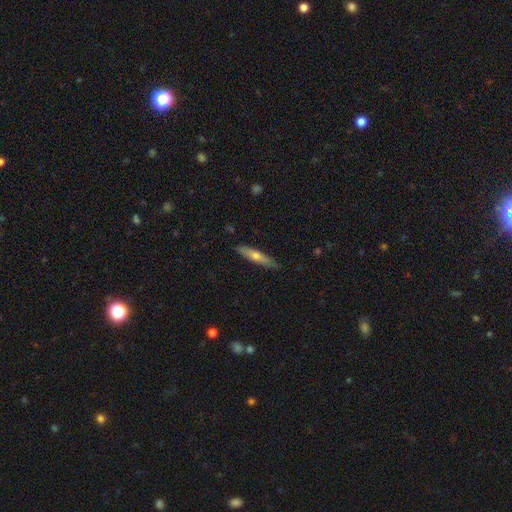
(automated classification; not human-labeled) A smooth galaxy with no disk features (53%) that is cigar-shaped (84%). Merging: none (86%).